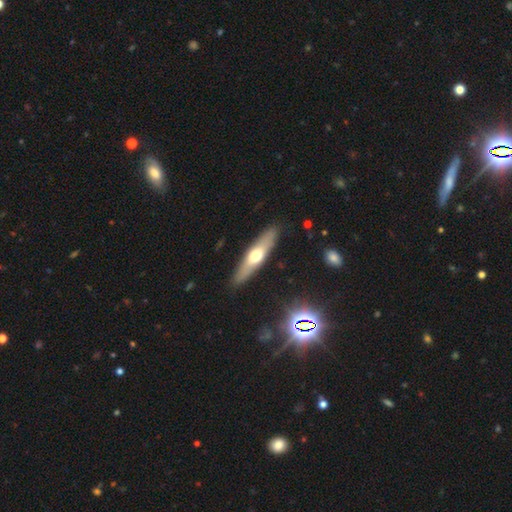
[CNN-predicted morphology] Smooth or featured? featured or disk (48%)
Merging? none (89%)